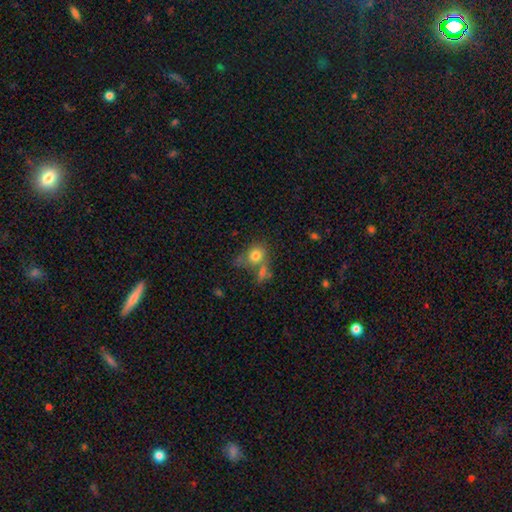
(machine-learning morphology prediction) Smooth or featured?
  - smooth: 78% *
  - featured or disk: 12%
  - star or artifact: 11%
How rounded?
  - round: 62% *
  - in between: 37%
  - cigar-shaped: 2%
Merging?
  - none: 46% *
  - merger: 28%
  - minor disturbance: 16%
  - major disturbance: 10%